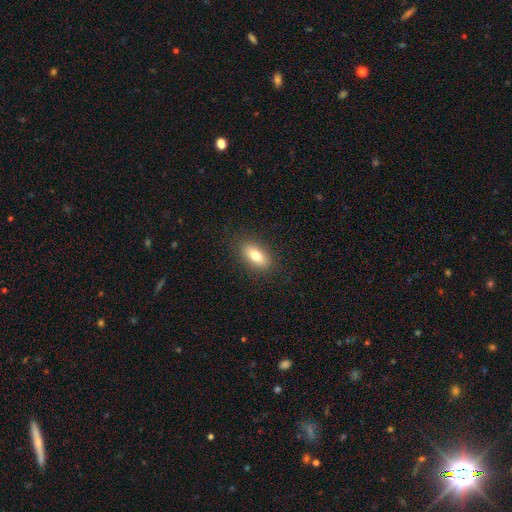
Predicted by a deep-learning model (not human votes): Smooth or featured?
  - smooth: 78% *
  - featured or disk: 15%
  - star or artifact: 8%
How rounded?
  - in between: 81% *
  - cigar-shaped: 14%
  - round: 4%
Merging?
  - none: 87% *
  - minor disturbance: 9%
  - major disturbance: 3%
  - merger: 1%